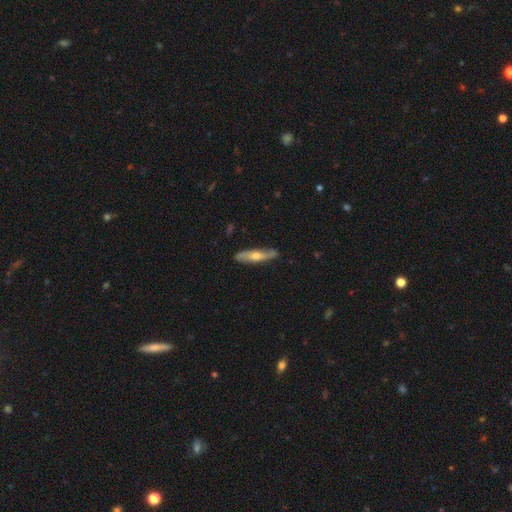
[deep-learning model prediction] This is possibly a featured or disk galaxy (50%). Merging: clearly none (82%).